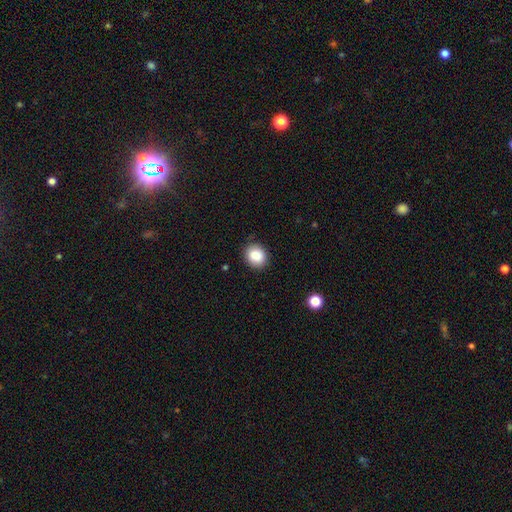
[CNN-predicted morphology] Q: Smooth or featured?
A: smooth (86%); runner-up: star or artifact (9%)
Q: How rounded?
A: round (64%); runner-up: in between (35%)
Q: Merging?
A: none (88%); runner-up: minor disturbance (8%)